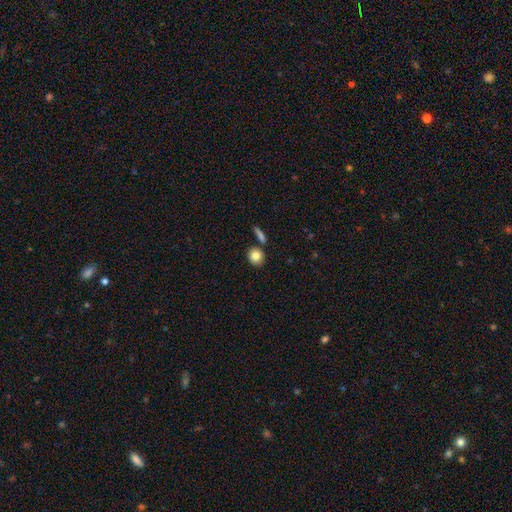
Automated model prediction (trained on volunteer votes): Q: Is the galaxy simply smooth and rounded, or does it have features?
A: smooth — 83%.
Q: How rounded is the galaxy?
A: round — 78%.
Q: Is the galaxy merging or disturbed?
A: none — 75%.